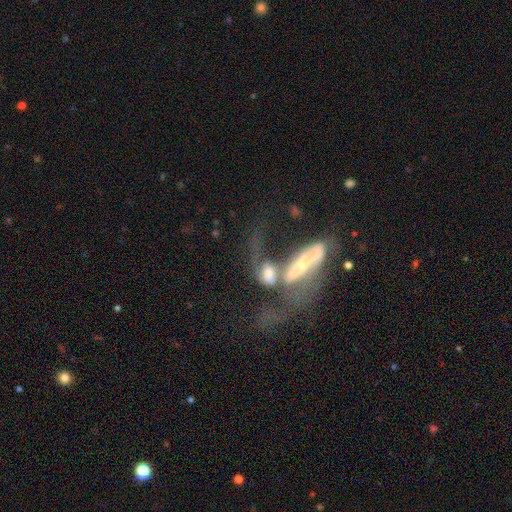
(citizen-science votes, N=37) Morphology: type=featured or disk (73%); edge-on=no (85%); bar=no (74%); spiral arms=yes (65%); winding=loose (40%); arm count=2 (40%); bulge=moderate (48%, tied with small); merging=merger (66%).